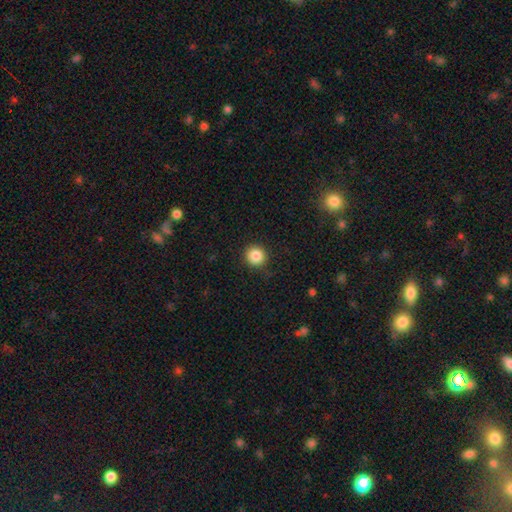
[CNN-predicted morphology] This appears to be a smooth galaxy with no disk features (85%) that is round (93%). Merging: none (90%).